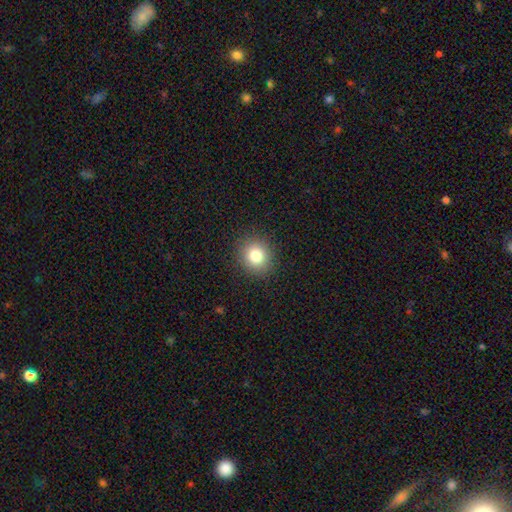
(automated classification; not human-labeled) smooth_or_featured: smooth (p=0.80) [alt: star or artifact p=0.12]
how_rounded: round (p=0.81) [alt: in between p=0.18]
merging: none (p=0.90) [alt: minor disturbance p=0.07]